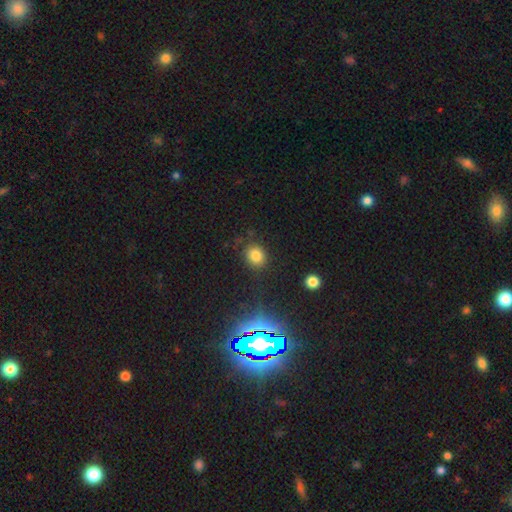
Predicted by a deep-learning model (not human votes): Smooth or featured?
  - smooth: 79% *
  - star or artifact: 14%
  - featured or disk: 6%
How rounded?
  - round: 68% *
  - in between: 31%
  - cigar-shaped: 1%
Merging?
  - none: 82% *
  - minor disturbance: 11%
  - major disturbance: 4%
  - merger: 3%